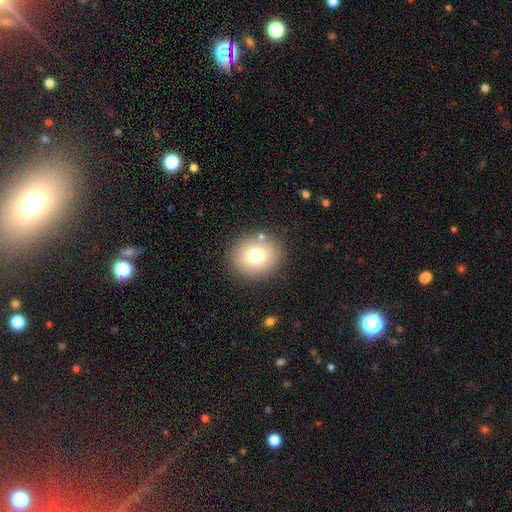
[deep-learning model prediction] Smooth or featured: smooth — 78% (featured or disk — 12%)
How rounded: round — 77% (in between — 22%)
Merging: none — 85% (minor disturbance — 9%)